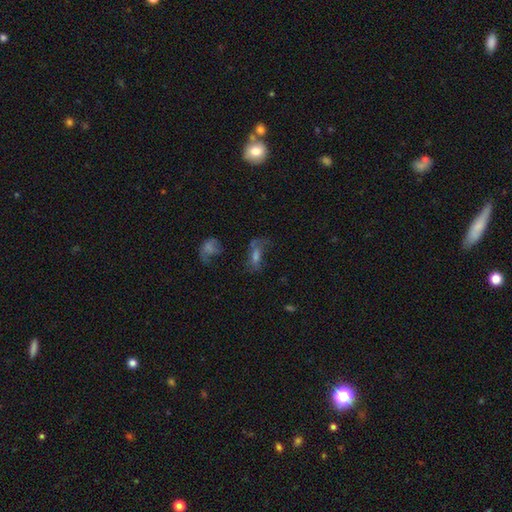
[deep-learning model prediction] A smooth galaxy with no disk features (38%). Merging: none (46%).